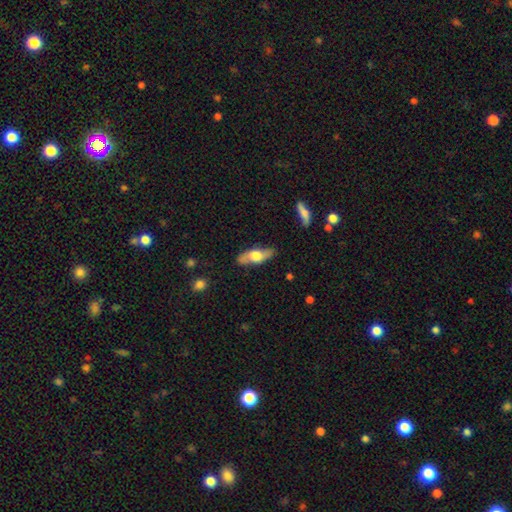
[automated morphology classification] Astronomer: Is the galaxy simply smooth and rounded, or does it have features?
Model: smooth — 48% (runner-up: featured or disk, 46%).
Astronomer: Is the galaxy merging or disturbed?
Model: none — 82%.